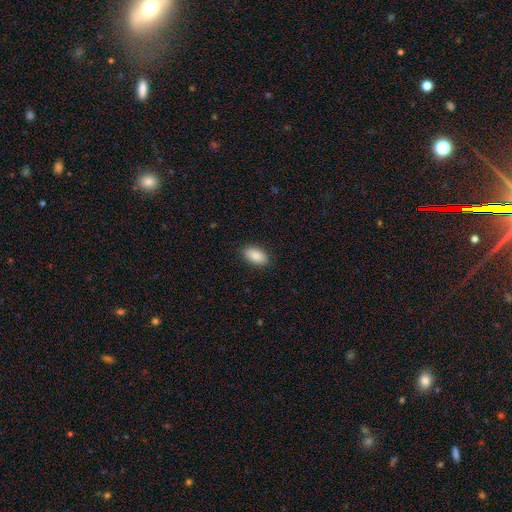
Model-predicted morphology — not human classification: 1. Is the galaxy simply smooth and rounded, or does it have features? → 89% smooth, 6% star or artifact, 4% featured or disk.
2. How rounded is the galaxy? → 94% in between, 3% round, 3% cigar-shaped.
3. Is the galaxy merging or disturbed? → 89% none, 8% minor disturbance, 2% major disturbance, 1% merger.